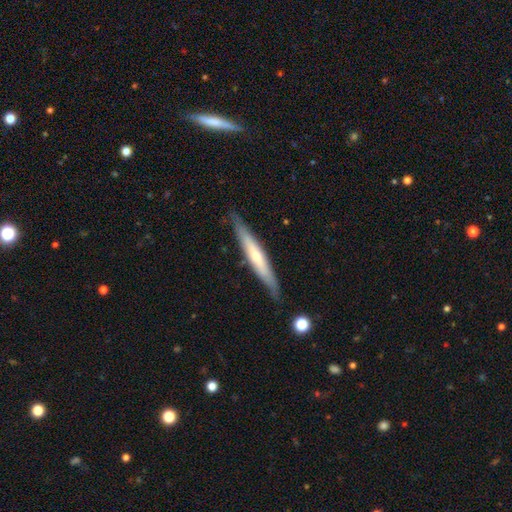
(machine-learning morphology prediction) Q: Smooth or featured?
A: featured or disk (49%); runner-up: smooth (45%)
Q: Merging?
A: none (85%); runner-up: minor disturbance (11%)